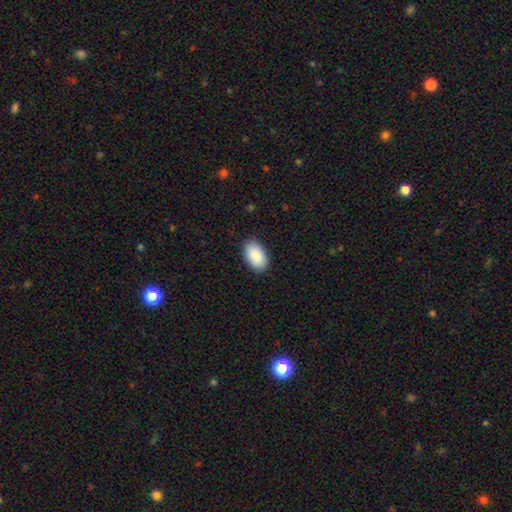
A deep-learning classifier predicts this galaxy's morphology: type=smooth (91%); roundness=in between (95%); merging=none (87%).